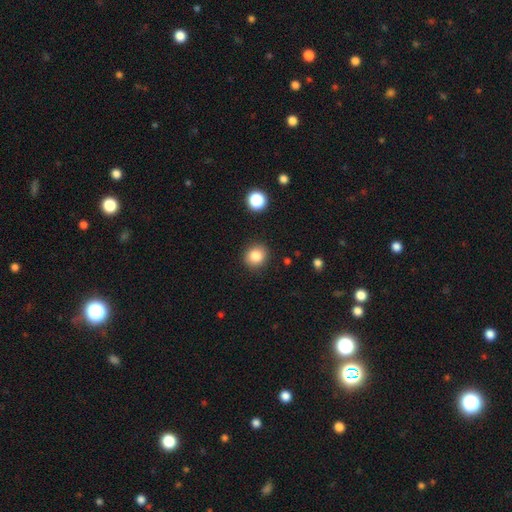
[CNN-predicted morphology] smooth 83%, star or artifact 11%, featured or disk 6%. Down the decision tree: how rounded — round (83%); merging — none (89%).